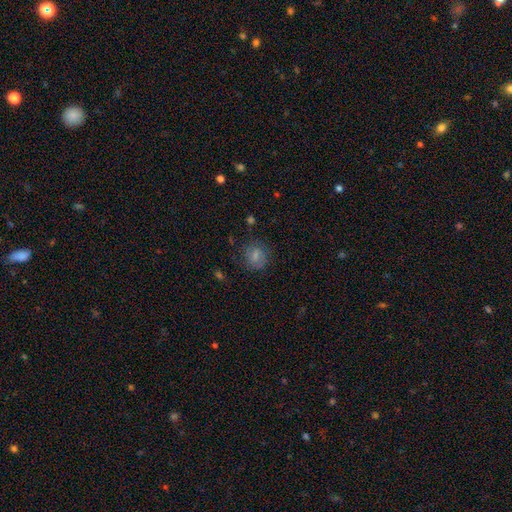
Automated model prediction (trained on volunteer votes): smooth-or-featured: smooth: 74% | featured or disk: 16% | star or artifact: 10%
  how-rounded: round: 75% | in between: 24% | cigar-shaped: 1%
  merging: none: 74% | minor disturbance: 17% | major disturbance: 7% | merger: 2%